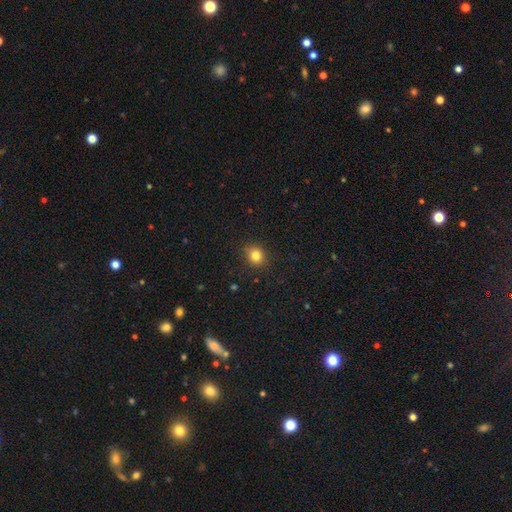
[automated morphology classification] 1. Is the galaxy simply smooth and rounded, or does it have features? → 82% smooth, 12% star or artifact, 6% featured or disk.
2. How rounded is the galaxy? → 80% round, 19% in between, 1% cigar-shaped.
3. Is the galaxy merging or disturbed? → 88% none, 8% minor disturbance, 2% major disturbance, 1% merger.